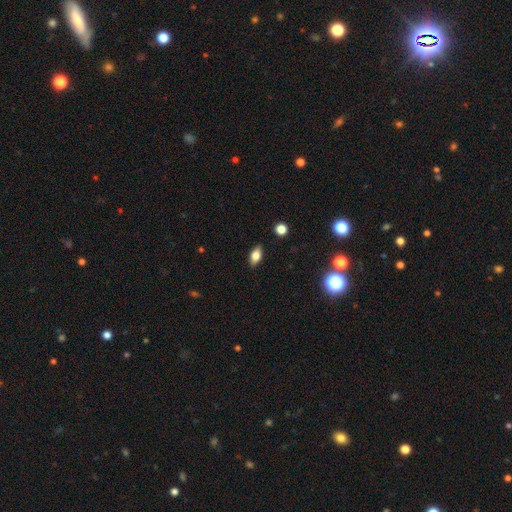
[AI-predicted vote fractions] Smooth or featured: smooth — 75% (featured or disk — 15%)
How rounded: in between — 87% (cigar-shaped — 7%)
Merging: none — 88% (minor disturbance — 9%)